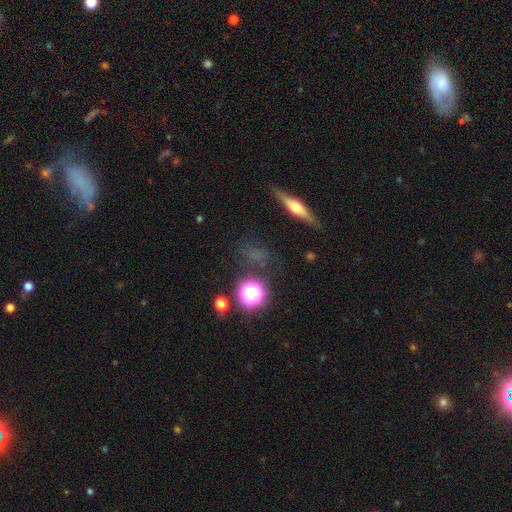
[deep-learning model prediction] Smooth or featured? star or artifact (37%)